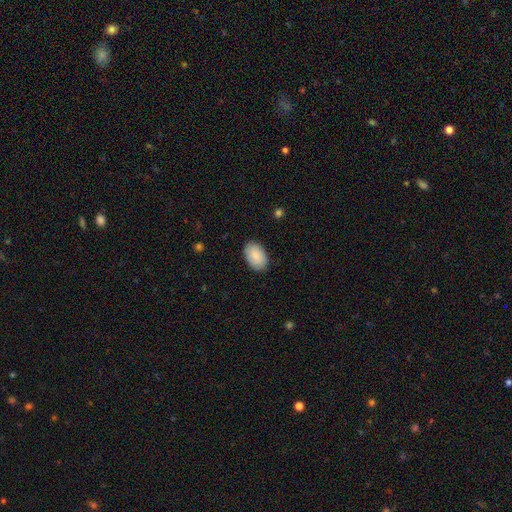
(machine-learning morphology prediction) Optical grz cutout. It shows a smooth galaxy with no disk features (90%) that is in between round and cigar-shaped (92%). Merging: none (88%).